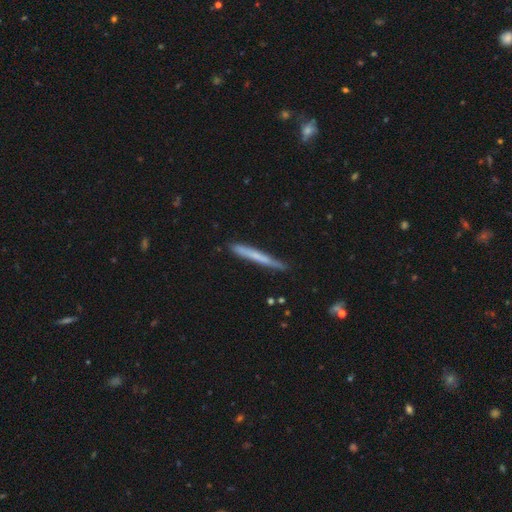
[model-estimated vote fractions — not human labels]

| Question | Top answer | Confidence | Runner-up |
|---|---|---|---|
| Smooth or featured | smooth | 59% | featured or disk (35%) |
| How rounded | cigar-shaped | 97% | in between (2%) |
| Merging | none | 82% | minor disturbance (14%) |